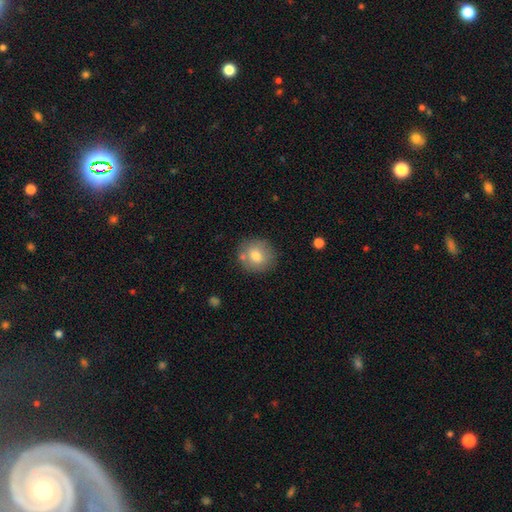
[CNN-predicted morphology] This appears to be a smooth galaxy with no disk features (76%) that is round (85%). Merging: none (76%).